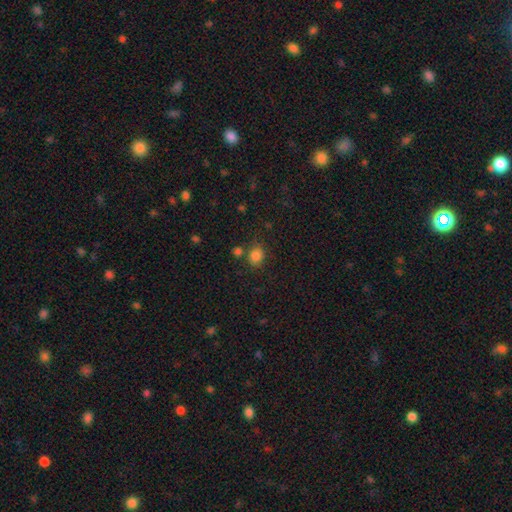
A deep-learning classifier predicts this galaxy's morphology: Smooth or featured?
  - smooth: 82% *
  - star or artifact: 13%
  - featured or disk: 6%
How rounded?
  - round: 57% *
  - in between: 42%
  - cigar-shaped: 1%
Merging?
  - none: 72% *
  - minor disturbance: 13%
  - merger: 11%
  - major disturbance: 4%